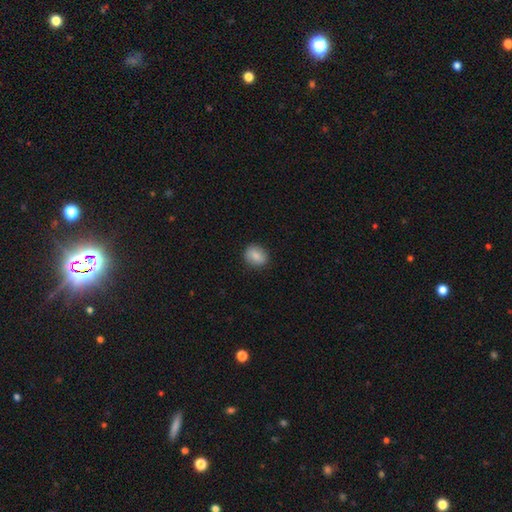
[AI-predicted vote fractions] Morphology: type=smooth (82%); roundness=round (52%); merging=none (86%).